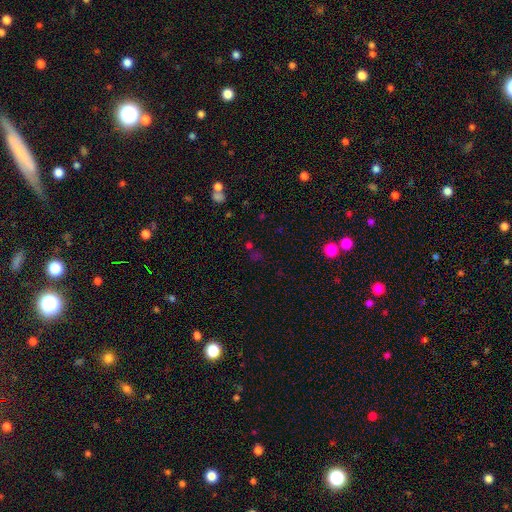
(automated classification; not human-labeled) This is possibly a star or artifact rather than a galaxy (52%).